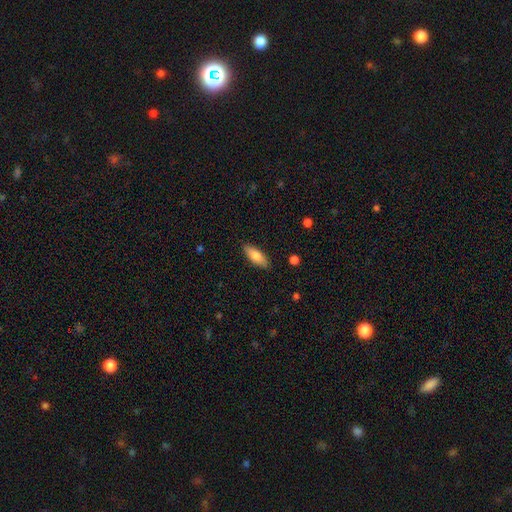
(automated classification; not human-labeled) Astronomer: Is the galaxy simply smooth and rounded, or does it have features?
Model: smooth — 79%.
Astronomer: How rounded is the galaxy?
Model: in between — 72%.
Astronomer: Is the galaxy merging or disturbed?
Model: none — 88%.